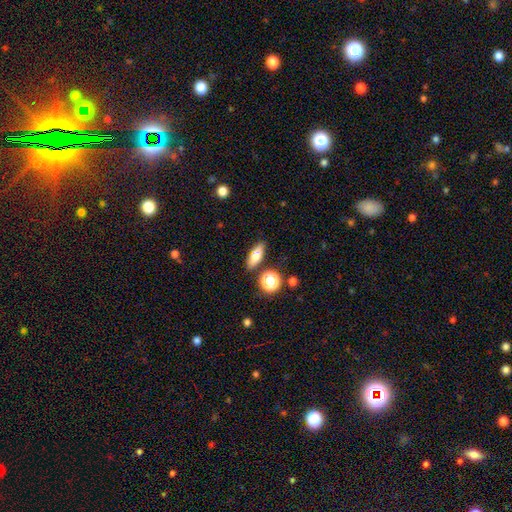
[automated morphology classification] smooth 71%, featured or disk 19%, star or artifact 10%. Down the decision tree: how rounded — in between (62%); merging — none (82%).